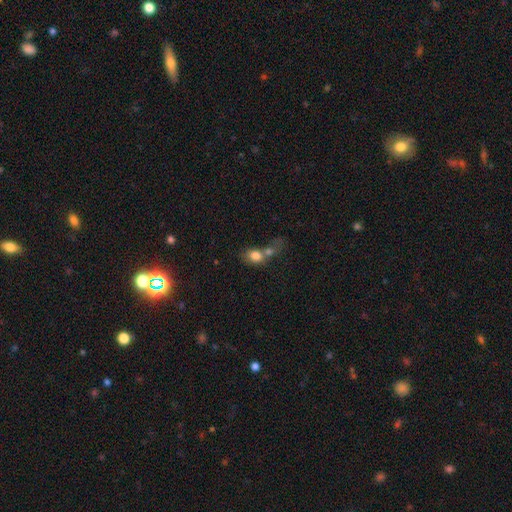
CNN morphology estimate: Smooth or featured?
  - smooth: 77% *
  - featured or disk: 14%
  - star or artifact: 9%
How rounded?
  - in between: 61% *
  - round: 36%
  - cigar-shaped: 3%
Merging?
  - merger: 64% *
  - none: 18%
  - major disturbance: 10%
  - minor disturbance: 8%